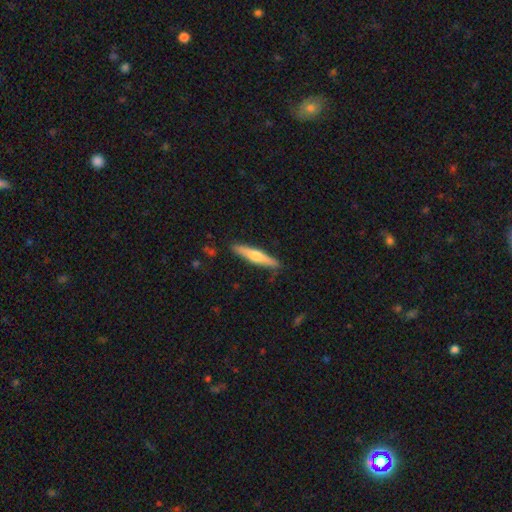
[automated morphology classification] smooth-or-featured: featured or disk: 50% | smooth: 44% | star or artifact: 5%
  disk-edge-on: yes: 95% | no: 5%
  merging: none: 89% | minor disturbance: 8% | major disturbance: 2% | merger: 1%